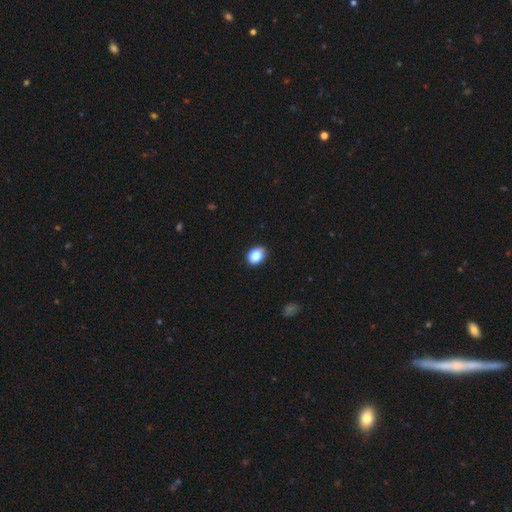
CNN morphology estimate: smooth 86%, star or artifact 9%, featured or disk 5%. Down the decision tree: how rounded — in between (68%); merging — none (87%).